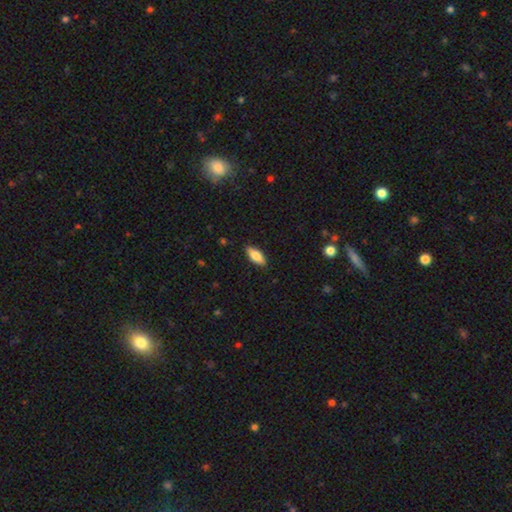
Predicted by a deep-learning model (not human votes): smooth-or-featured: smooth: 74% | featured or disk: 19% | star or artifact: 6%
  how-rounded: in between: 74% | cigar-shaped: 23% | round: 2%
  merging: none: 88% | minor disturbance: 9% | major disturbance: 2% | merger: 1%